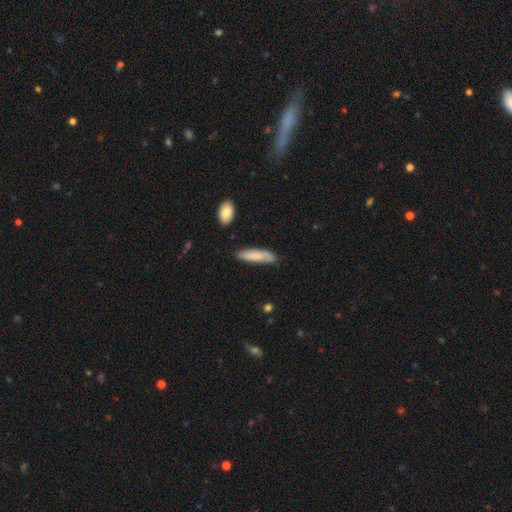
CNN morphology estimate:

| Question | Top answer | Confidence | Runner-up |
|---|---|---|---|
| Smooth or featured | smooth | 79% | featured or disk (15%) |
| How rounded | cigar-shaped | 72% | in between (26%) |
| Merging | none | 75% | minor disturbance (19%) |